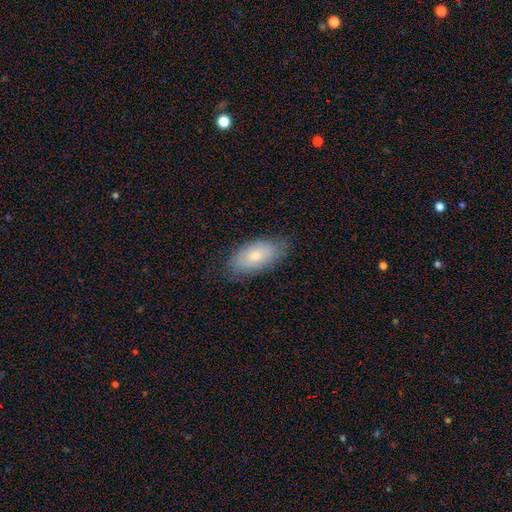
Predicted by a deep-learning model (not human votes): The model was most divided on "smooth or featured": smooth: 66%, featured or disk: 27%, star or artifact: 7%. More confident: how rounded — in between (91%); merging — none (76%).